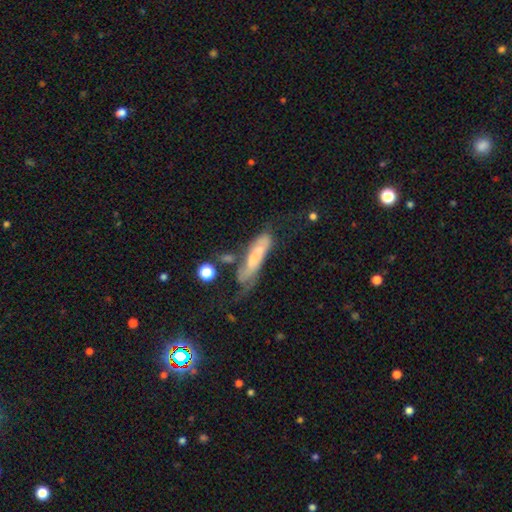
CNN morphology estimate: smooth_or_featured: featured or disk (p=0.49) [alt: smooth p=0.43]
merging: major disturbance (p=0.32) [alt: none p=0.27]